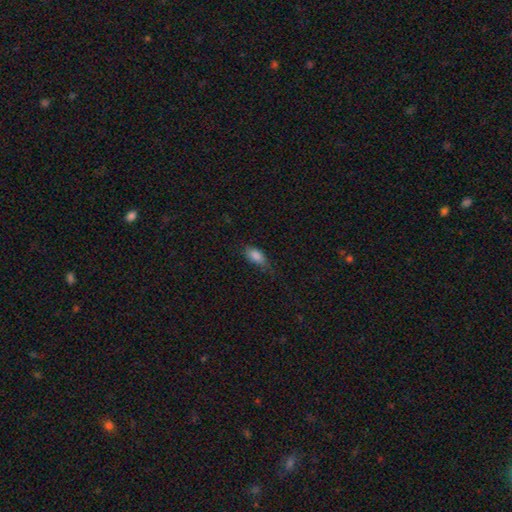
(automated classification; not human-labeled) Smooth or featured: smooth — 83% (star or artifact — 9%)
How rounded: in between — 86% (cigar-shaped — 9%)
Merging: none — 57% (minor disturbance — 33%)